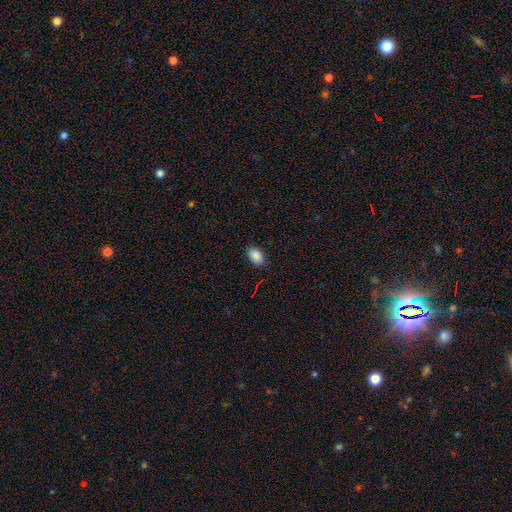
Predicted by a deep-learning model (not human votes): A smooth galaxy with no disk features (87%) that is in between round and cigar-shaped (86%).

Vote fractions:
- Smooth or featured? smooth: 87% / star or artifact: 9% / featured or disk: 4%
- How rounded? in between: 86% / round: 13% / cigar-shaped: 1%
- Merging? none: 85% / minor disturbance: 12% / major disturbance: 2% / merger: 1%